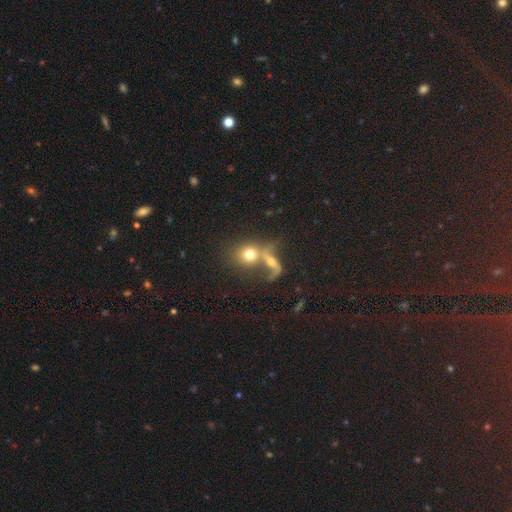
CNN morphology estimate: Overall: smooth (53%; star or artifact 26%). How rounded: round (68%; in between 29%). Merging: merger (54%; none 31%).